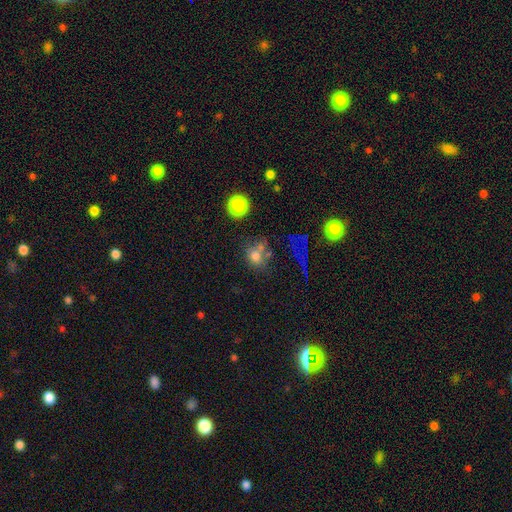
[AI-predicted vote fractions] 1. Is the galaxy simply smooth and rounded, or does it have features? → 70% smooth, 16% star or artifact, 15% featured or disk.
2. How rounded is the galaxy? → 67% round, 32% in between, 1% cigar-shaped.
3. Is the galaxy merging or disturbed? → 42% none, 30% merger, 15% minor disturbance, 13% major disturbance.